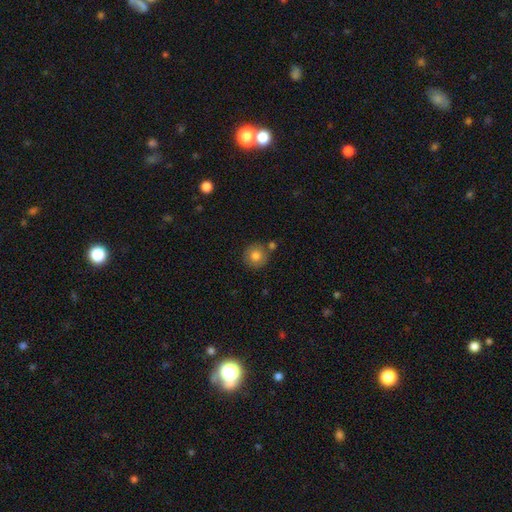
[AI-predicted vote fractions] Overall: smooth (80%). How rounded: round (93%). Merging: none (77%).